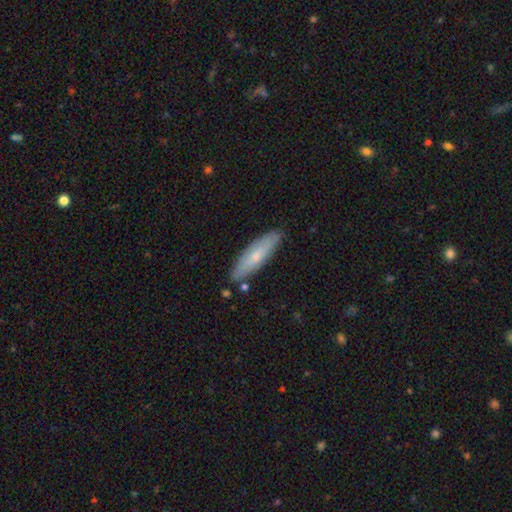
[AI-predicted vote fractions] This appears to be a smooth galaxy with no disk features (65%) that is cigar-shaped (68%). Merging: none (84%).